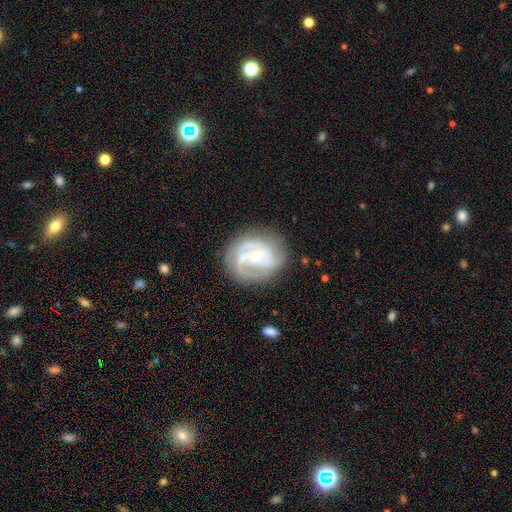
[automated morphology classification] This is clearly a featured or disk galaxy (83%). It is clearly not viewed edge-on (98%). Bar: possibly no (53%). Spiral arm pattern: clearly yes (93%). Spiral arm count: marginally 2 (39%). Spiral winding: possibly tight (47%). Central bulge: likely small (69%). Merging: likely none (71%).